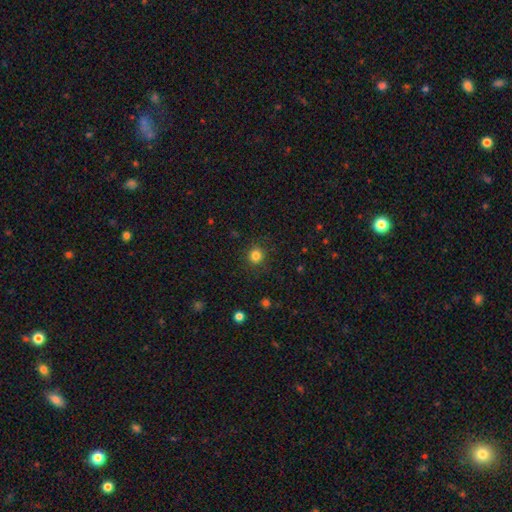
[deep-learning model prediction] Smooth or featured: smooth — 82% (star or artifact — 13%)
How rounded: round — 91% (in between — 8%)
Merging: none — 89% (minor disturbance — 7%)